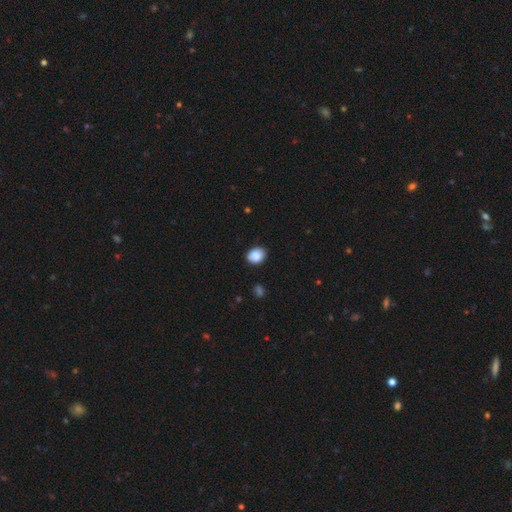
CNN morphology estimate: A smooth galaxy with no disk features (88%) that is in between round and cigar-shaped (52%).

Vote fractions:
- Smooth or featured? smooth: 88% / star or artifact: 8% / featured or disk: 4%
- How rounded? in between: 52% / round: 47% / cigar-shaped: 1%
- Merging? none: 86% / minor disturbance: 11% / major disturbance: 2% / merger: 1%